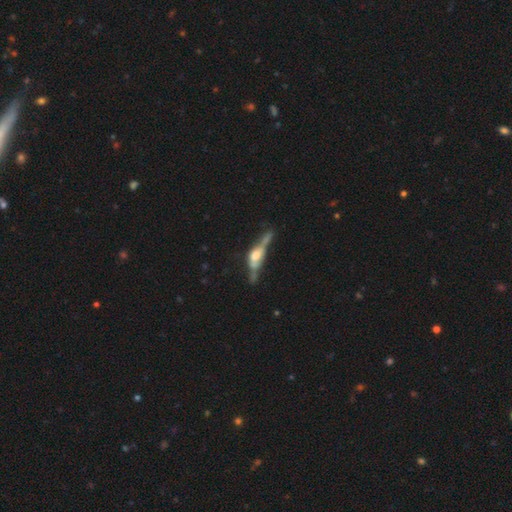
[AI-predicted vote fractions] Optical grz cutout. It shows a featured or disk galaxy (71%) viewed edge-on (84%) with a rounded central bulge (79%). Merging: none (47%).